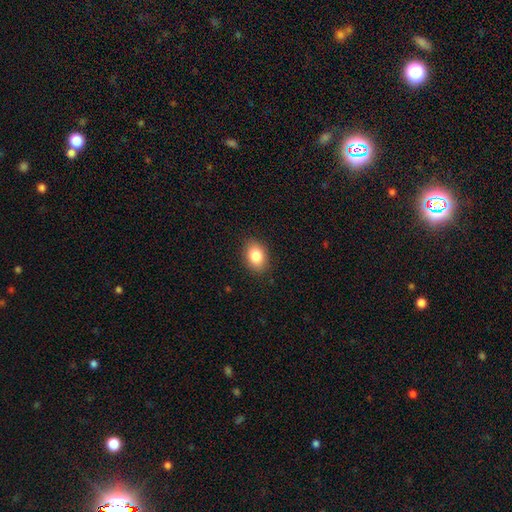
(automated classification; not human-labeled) This appears to be a smooth galaxy with no disk features (84%) that is in between round and cigar-shaped (78%). Merging: none (88%).